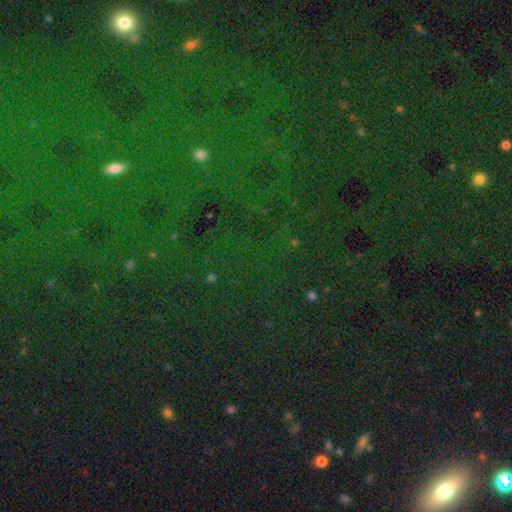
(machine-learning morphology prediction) The model was most divided on "smooth or featured": star or artifact: 80%, smooth: 13%, featured or disk: 7%.